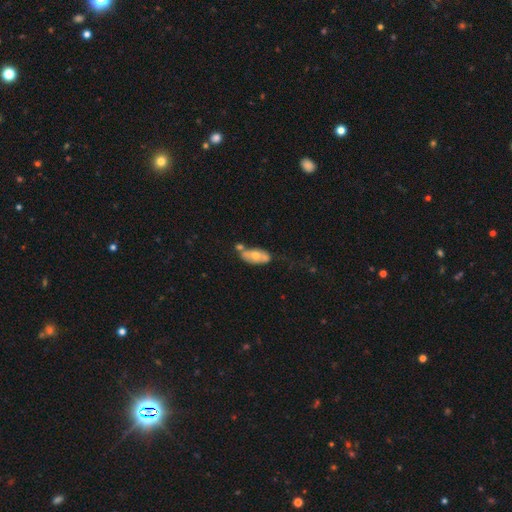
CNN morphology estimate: smooth-or-featured: smooth: 54% | featured or disk: 40% | star or artifact: 6%
  how-rounded: in between: 87% | cigar-shaped: 9% | round: 4%
  merging: none: 45% | merger: 27% | minor disturbance: 21% | major disturbance: 8%